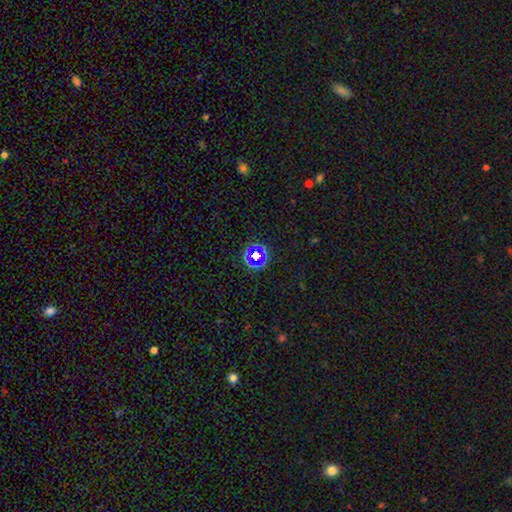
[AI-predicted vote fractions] A star or artifact, not a galaxy (56%).

Vote fractions:
- Smooth or featured? star or artifact: 56% / smooth: 32% / featured or disk: 12%